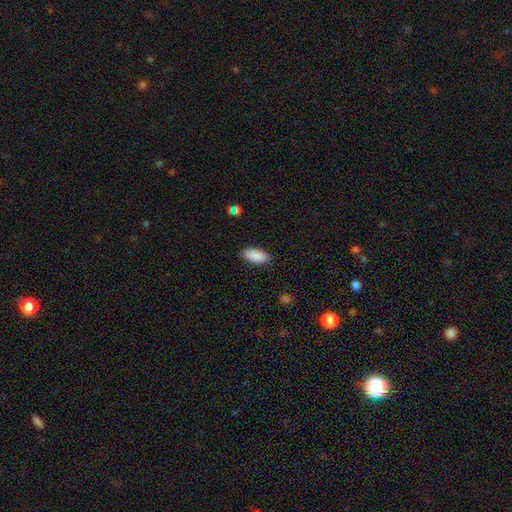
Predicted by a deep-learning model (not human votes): Q: Smooth or featured?
A: smooth (91%); runner-up: star or artifact (6%)
Q: How rounded?
A: in between (88%); runner-up: cigar-shaped (11%)
Q: Merging?
A: none (88%); runner-up: minor disturbance (9%)